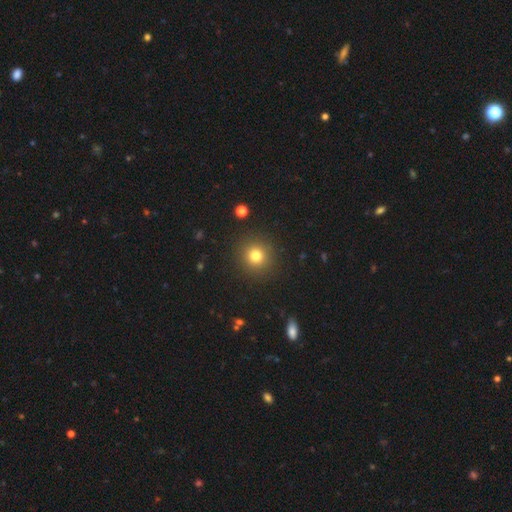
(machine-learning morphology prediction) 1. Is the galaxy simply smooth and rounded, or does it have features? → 78% smooth, 14% star or artifact, 7% featured or disk.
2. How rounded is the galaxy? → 93% round, 6% in between, 1% cigar-shaped.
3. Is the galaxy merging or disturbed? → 91% none, 6% minor disturbance, 3% major disturbance, 1% merger.